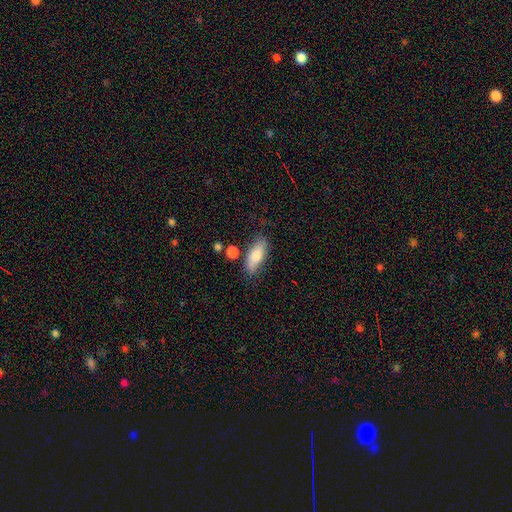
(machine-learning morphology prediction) Smooth or featured?
  - smooth: 76% *
  - featured or disk: 17%
  - star or artifact: 7%
How rounded?
  - in between: 71% *
  - cigar-shaped: 25%
  - round: 3%
Merging?
  - none: 71% *
  - minor disturbance: 19%
  - merger: 6%
  - major disturbance: 5%